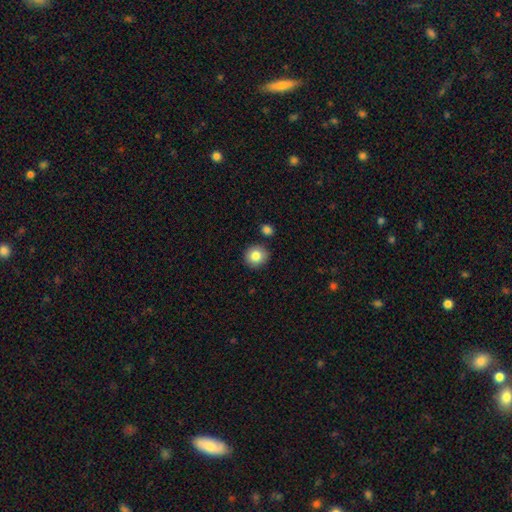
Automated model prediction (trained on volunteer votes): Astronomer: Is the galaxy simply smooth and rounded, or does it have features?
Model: smooth — 84%.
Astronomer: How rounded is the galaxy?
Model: round — 90%.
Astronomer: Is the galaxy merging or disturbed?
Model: none — 87%.